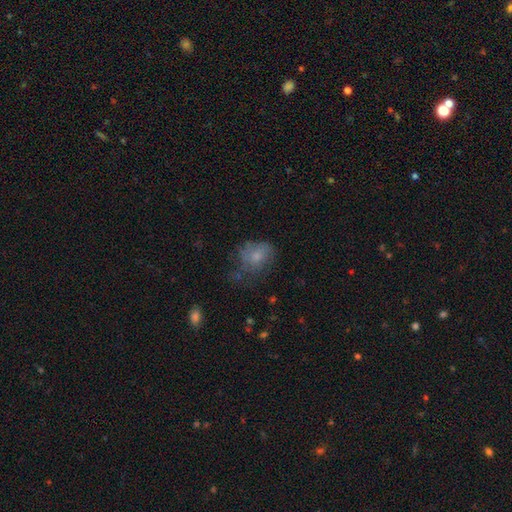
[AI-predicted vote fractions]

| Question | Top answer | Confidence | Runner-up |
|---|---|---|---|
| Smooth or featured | smooth | 70% | featured or disk (19%) |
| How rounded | in between | 53% | round (46%) |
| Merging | none | 42% | minor disturbance (31%) |